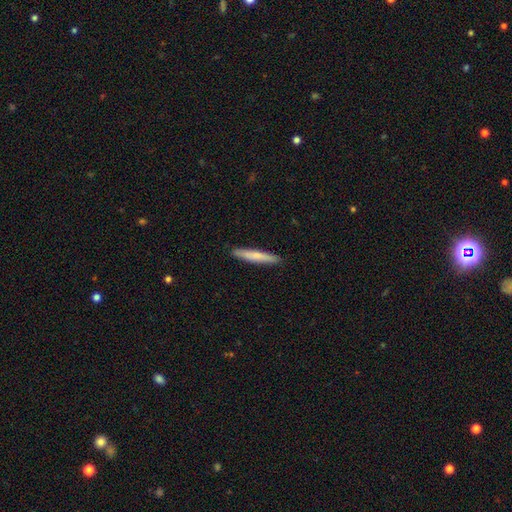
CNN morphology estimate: Q: Smooth or featured?
A: smooth (69%); runner-up: featured or disk (26%)
Q: How rounded?
A: cigar-shaped (94%); runner-up: in between (4%)
Q: Merging?
A: none (91%); runner-up: minor disturbance (7%)